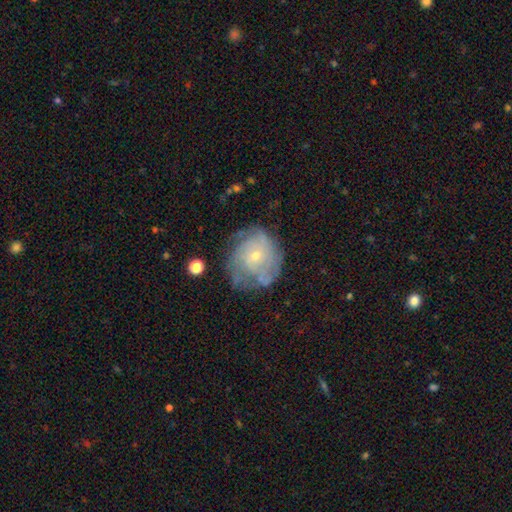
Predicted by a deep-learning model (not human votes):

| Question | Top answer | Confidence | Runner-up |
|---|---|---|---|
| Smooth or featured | featured or disk | 68% | smooth (23%) |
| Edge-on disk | no | 97% | yes (3%) |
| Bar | no | 80% | weak (17%) |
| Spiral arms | yes | 80% | no (20%) |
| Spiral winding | tight | 60% | medium (28%) |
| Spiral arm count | can't tell | 53% | 3 (13%) |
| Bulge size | small | 73% | moderate (23%) |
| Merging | none | 57% | minor disturbance (25%) |